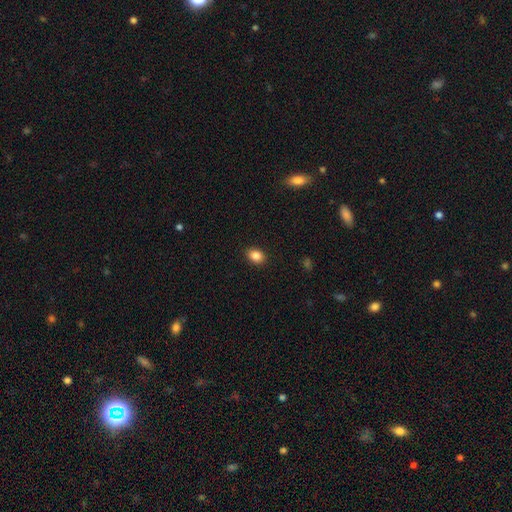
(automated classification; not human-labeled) Morphology: type=smooth (86%); roundness=in between (65%); merging=none (90%).